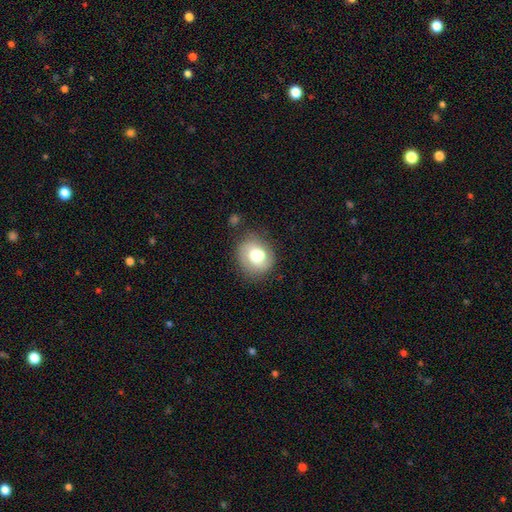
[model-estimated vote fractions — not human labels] smooth 66%, featured or disk 25%, star or artifact 8%. Down the decision tree: how rounded — round (64%); merging — none (58%).